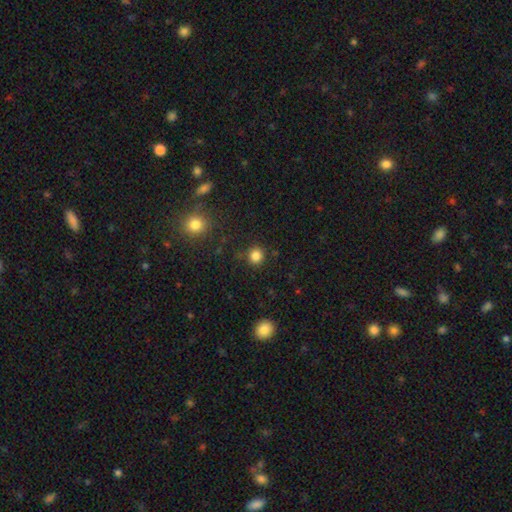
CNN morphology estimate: Smooth or featured? Predicted: smooth (p=0.84). How rounded? Predicted: round (p=0.89). Merging? Predicted: none (p=0.87).